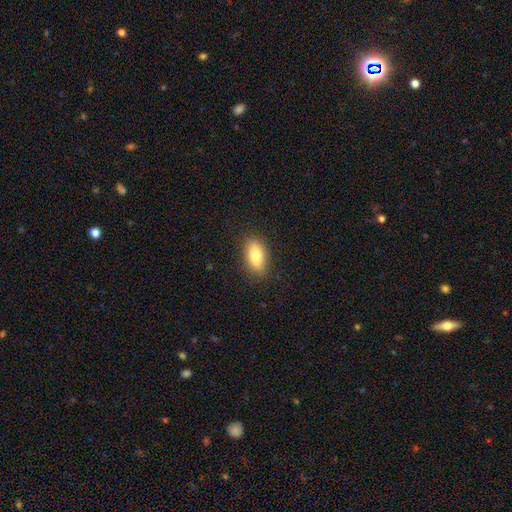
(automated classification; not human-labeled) Overall: smooth (80%). How rounded: in between (86%). Merging: none (86%).